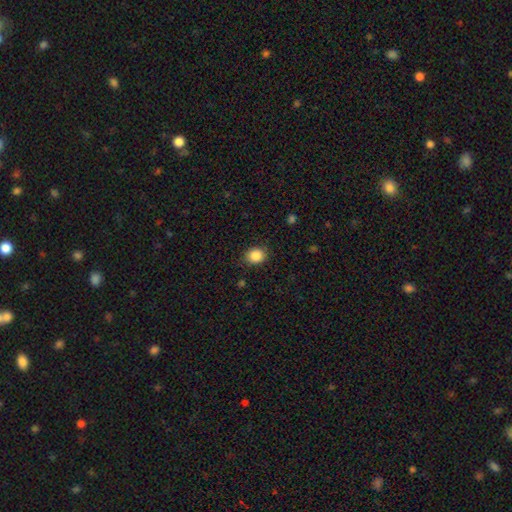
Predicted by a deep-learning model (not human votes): smooth-or-featured: smooth: 87% | star or artifact: 9% | featured or disk: 4%
  how-rounded: round: 68% | in between: 32% | cigar-shaped: 1%
  merging: none: 86% | minor disturbance: 10% | major disturbance: 3% | merger: 1%